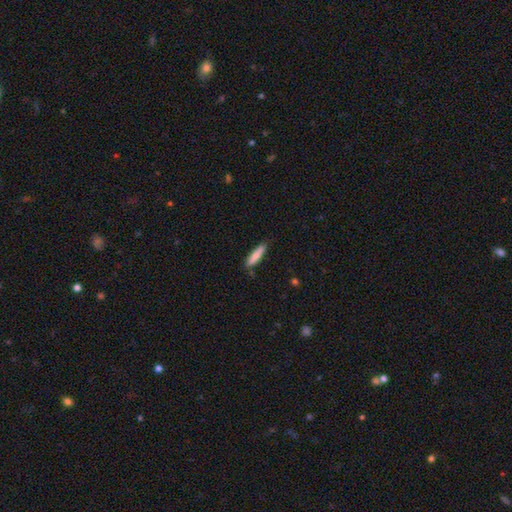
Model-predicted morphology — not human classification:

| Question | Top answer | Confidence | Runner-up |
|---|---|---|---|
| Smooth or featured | smooth | 78% | featured or disk (16%) |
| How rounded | cigar-shaped | 82% | in between (16%) |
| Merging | none | 80% | minor disturbance (15%) |